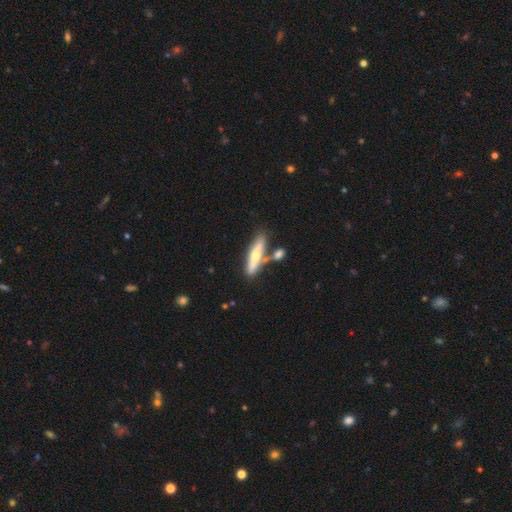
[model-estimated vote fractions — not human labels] smooth-or-featured: featured or disk: 48% | smooth: 46% | star or artifact: 6%
  merging: none: 57% | merger: 24% | minor disturbance: 14% | major disturbance: 4%